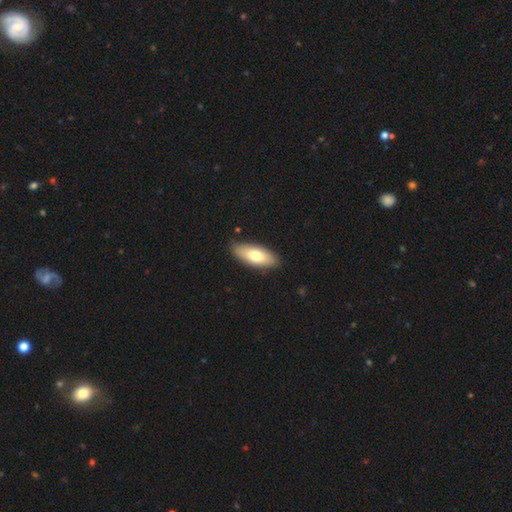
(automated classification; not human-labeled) A smooth galaxy with no disk features (74%) that is in between round and cigar-shaped (78%).

Vote fractions:
- Smooth or featured? smooth: 74% / featured or disk: 21% / star or artifact: 6%
- How rounded? in between: 78% / cigar-shaped: 20% / round: 2%
- Merging? none: 87% / minor disturbance: 10% / major disturbance: 2% / merger: 1%